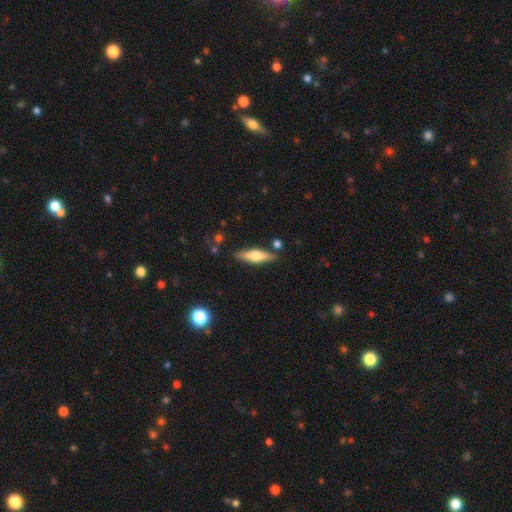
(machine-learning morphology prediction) The model was most divided on "smooth or featured": smooth: 49%, featured or disk: 45%, star or artifact: 6%. More confident: merging — none (82%).